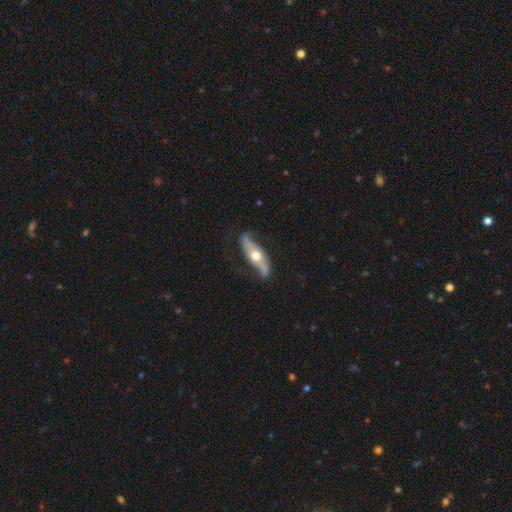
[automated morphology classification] This appears to be a featured or disk galaxy (78%) with no bar (62%), spiral arms (87%) and a moderate central bulge (75%). Merging: none (67%).